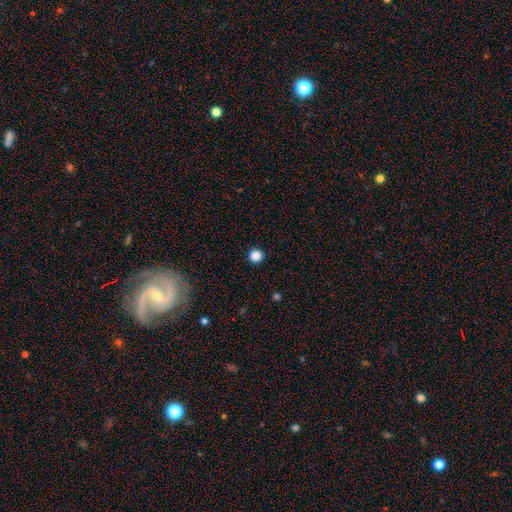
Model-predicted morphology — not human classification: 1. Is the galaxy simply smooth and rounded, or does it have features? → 86% smooth, 11% star or artifact, 3% featured or disk.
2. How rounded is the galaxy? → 95% round, 4% in between, 1% cigar-shaped.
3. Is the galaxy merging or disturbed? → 93% none, 4% minor disturbance, 2% major disturbance, 1% merger.